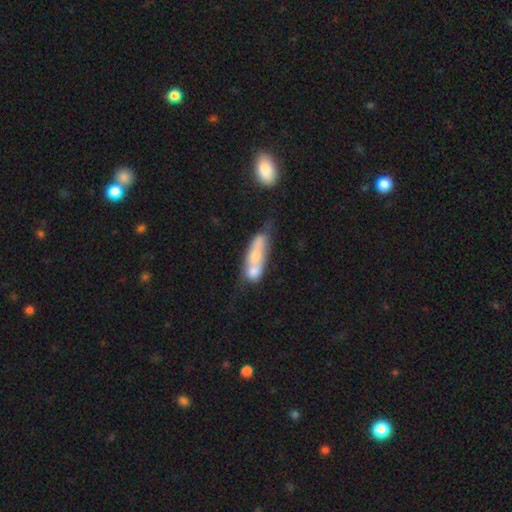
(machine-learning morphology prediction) Smooth or featured? Predicted: smooth (p=0.54). How rounded? Predicted: cigar-shaped (p=0.50). Merging? Predicted: merger (p=0.51).